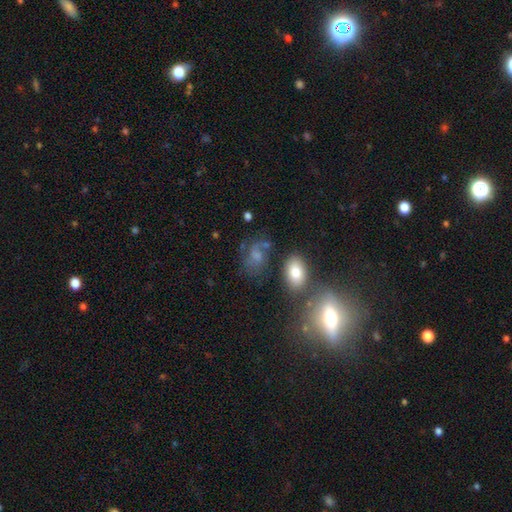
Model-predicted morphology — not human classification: type=smooth (44%); merging=none (48%).